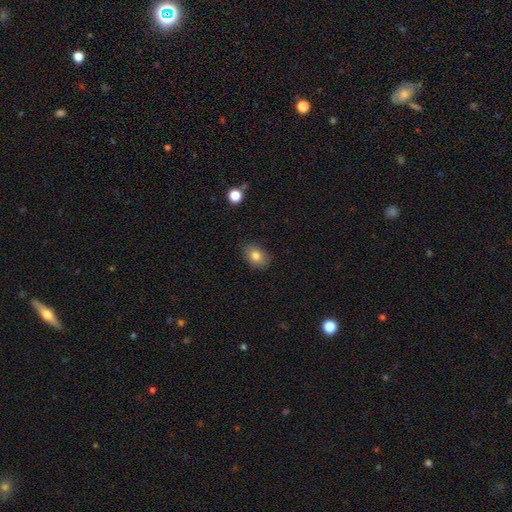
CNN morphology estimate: Smooth or featured? smooth (81%)
How rounded? in between (74%)
Merging? none (85%)